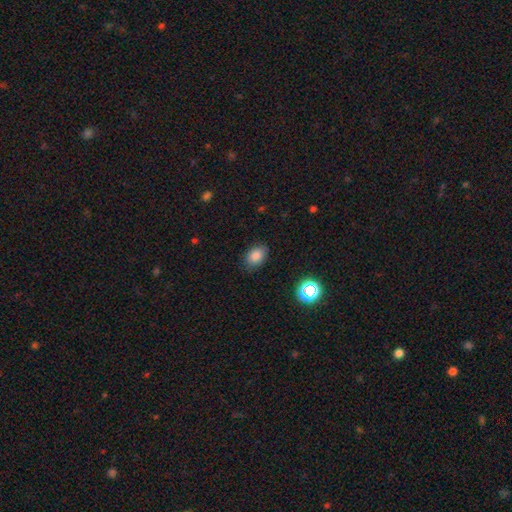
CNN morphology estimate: A smooth galaxy with no disk features (83%) that is in between round and cigar-shaped (82%).

Vote fractions:
- Smooth or featured? smooth: 83% / star or artifact: 11% / featured or disk: 5%
- How rounded? in between: 82% / round: 17% / cigar-shaped: 1%
- Merging? none: 85% / minor disturbance: 11% / major disturbance: 3% / merger: 1%